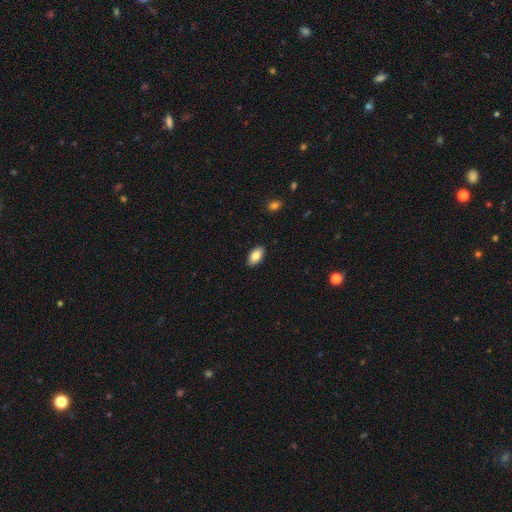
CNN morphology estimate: A smooth galaxy with no disk features (84%) that is in between round and cigar-shaped (94%).

Vote fractions:
- Smooth or featured? smooth: 84% / featured or disk: 9% / star or artifact: 7%
- How rounded? in between: 94% / round: 3% / cigar-shaped: 3%
- Merging? none: 89% / minor disturbance: 8% / major disturbance: 2% / merger: 1%